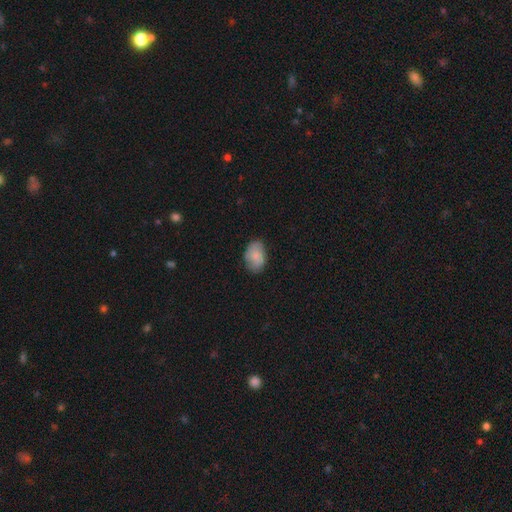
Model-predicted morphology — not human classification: A smooth galaxy with no disk features (79%) that is in between round and cigar-shaped (83%). Merging: none (75%).